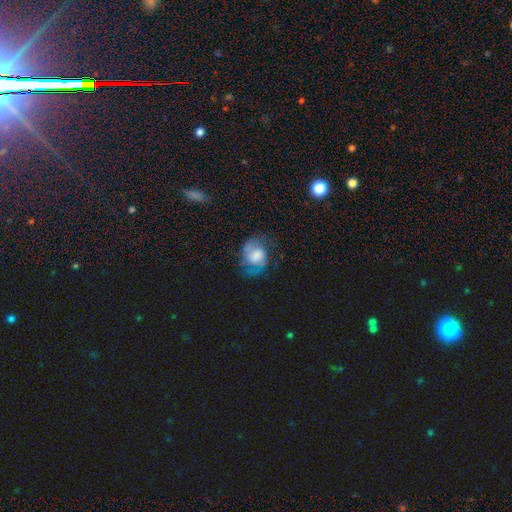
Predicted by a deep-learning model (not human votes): Q: Smooth or featured?
A: featured or disk (57%); runner-up: smooth (35%)
Q: Edge-on disk?
A: no (97%); runner-up: yes (3%)
Q: Bar?
A: no (63%); runner-up: weak (30%)
Q: Spiral arms?
A: yes (82%); runner-up: no (18%)
Q: Bulge size?
A: large (38%); runner-up: moderate (26%)
Q: Merging?
A: none (53%); runner-up: minor disturbance (24%)